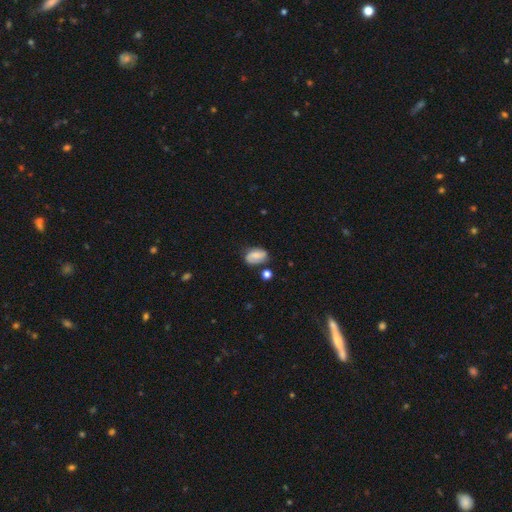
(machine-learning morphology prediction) This appears to be a smooth galaxy with no disk features (50%) that is in between round and cigar-shaped (86%). Merging: none (63%).